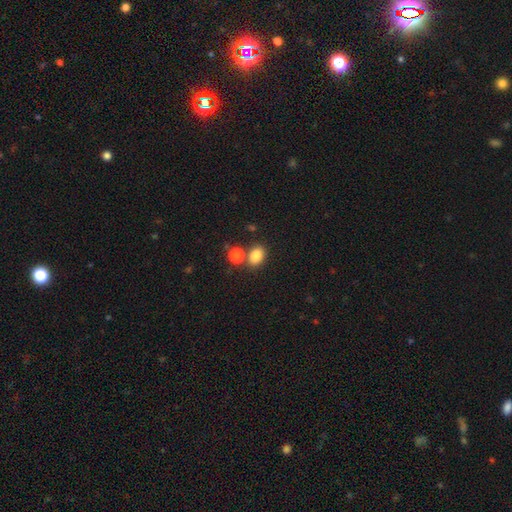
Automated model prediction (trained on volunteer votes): A smooth galaxy with no disk features (84%) that is in between round and cigar-shaped (70%). Merging: none (67%).